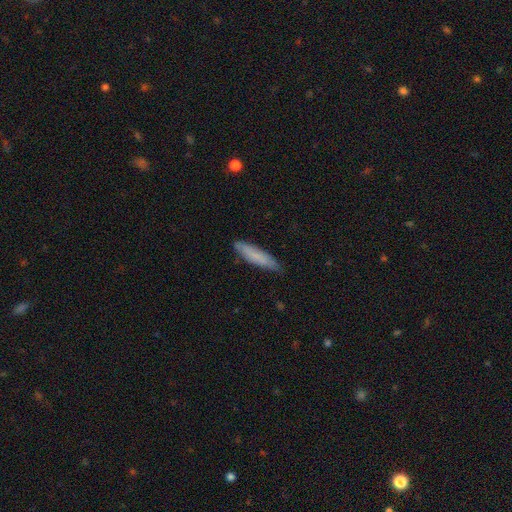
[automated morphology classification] This appears to be a smooth galaxy with no disk features (75%) that is cigar-shaped (81%). Merging: none (82%).